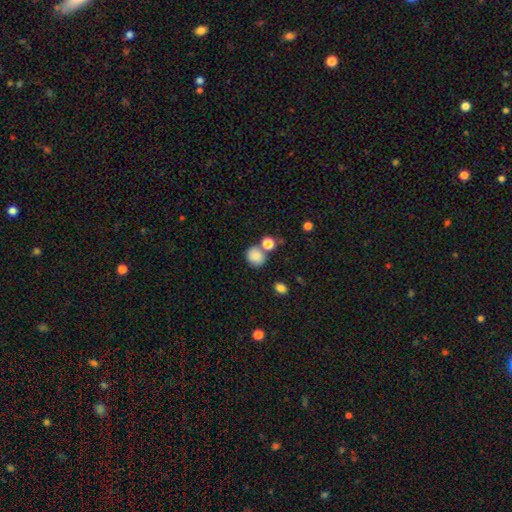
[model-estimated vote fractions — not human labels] Overall: smooth (85%). How rounded: round (77%). Merging: none (64%).